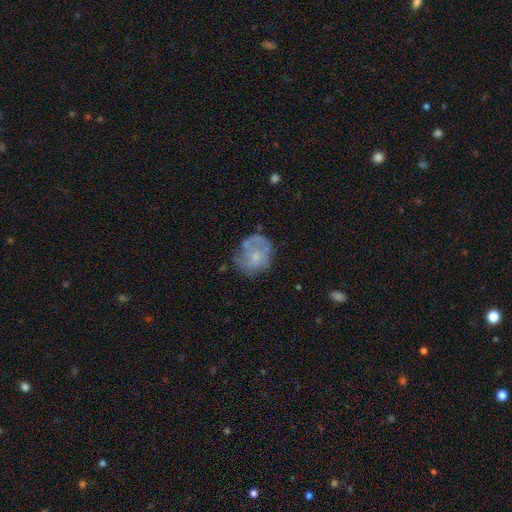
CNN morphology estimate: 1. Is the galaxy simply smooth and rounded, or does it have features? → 49% featured or disk, 42% smooth, 9% star or artifact.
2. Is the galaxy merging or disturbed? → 54% none, 25% minor disturbance, 17% major disturbance, 4% merger.